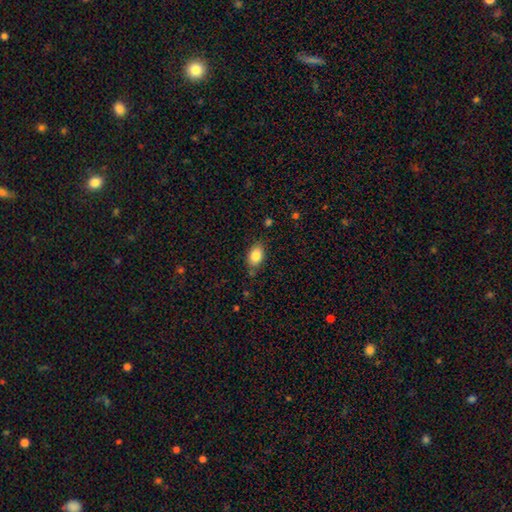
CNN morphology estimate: Smooth or featured? smooth (84%)
How rounded? in between (87%)
Merging? none (78%)